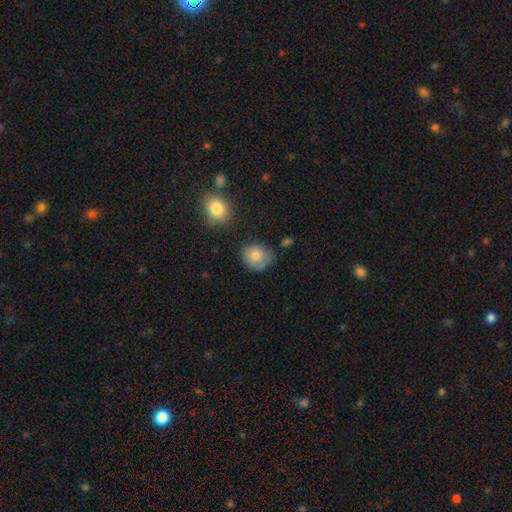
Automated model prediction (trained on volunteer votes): Smooth or featured? Predicted: smooth (p=0.78). How rounded? Predicted: round (p=0.73). Merging? Predicted: none (p=0.60).